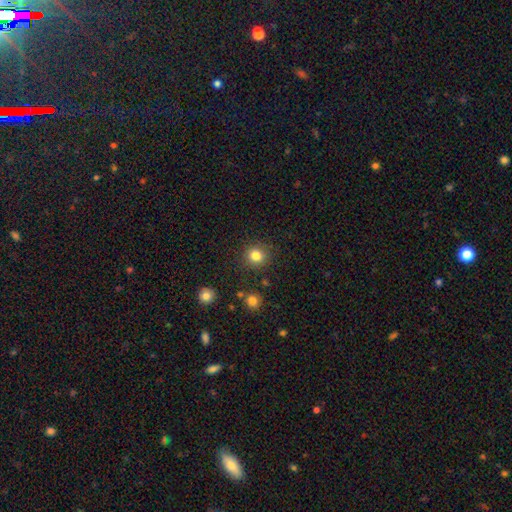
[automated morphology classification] smooth-or-featured: smooth: 82% | star or artifact: 12% | featured or disk: 6%
  how-rounded: round: 90% | in between: 9% | cigar-shaped: 1%
  merging: none: 88% | minor disturbance: 7% | major disturbance: 3% | merger: 2%